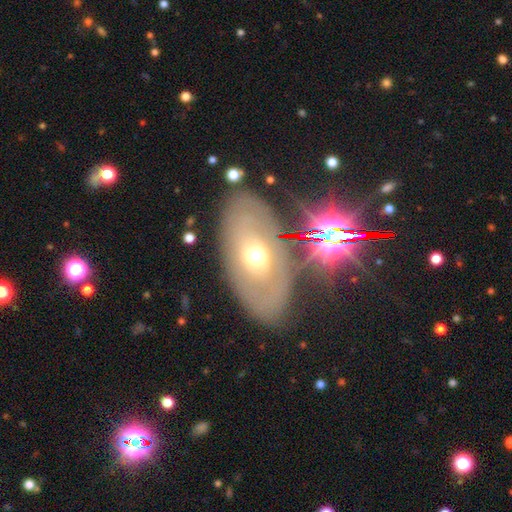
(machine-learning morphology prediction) Overall: featured or disk (51%; smooth 34%). Edge-on disk: no (86%). Merging: none (75%).